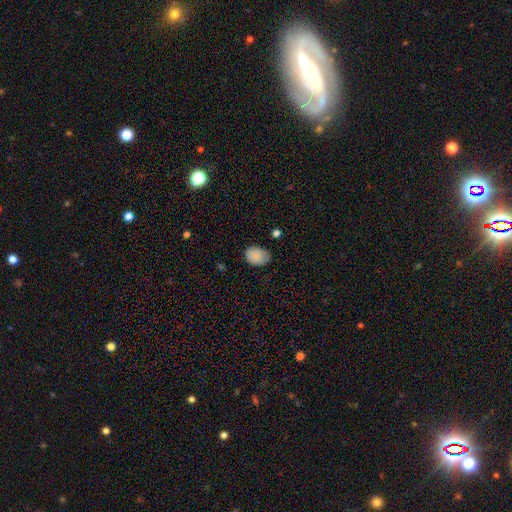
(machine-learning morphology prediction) Smooth or featured: smooth — 87% (star or artifact — 8%)
How rounded: in between — 76% (round — 23%)
Merging: none — 74% (minor disturbance — 21%)